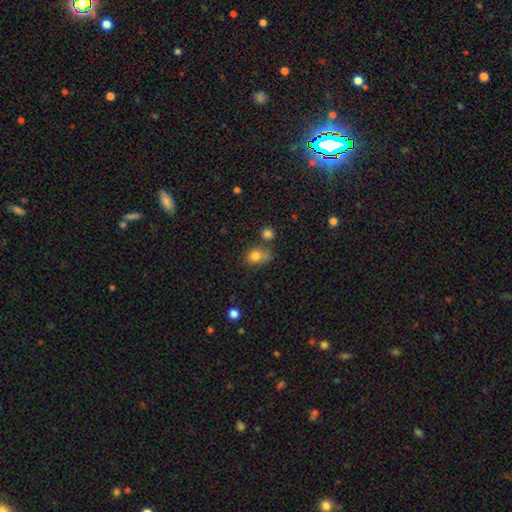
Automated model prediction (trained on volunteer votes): Smooth or featured?
  - smooth: 81% *
  - star or artifact: 11%
  - featured or disk: 8%
How rounded?
  - in between: 59% *
  - round: 39%
  - cigar-shaped: 2%
Merging?
  - none: 46% *
  - minor disturbance: 26%
  - merger: 17%
  - major disturbance: 11%